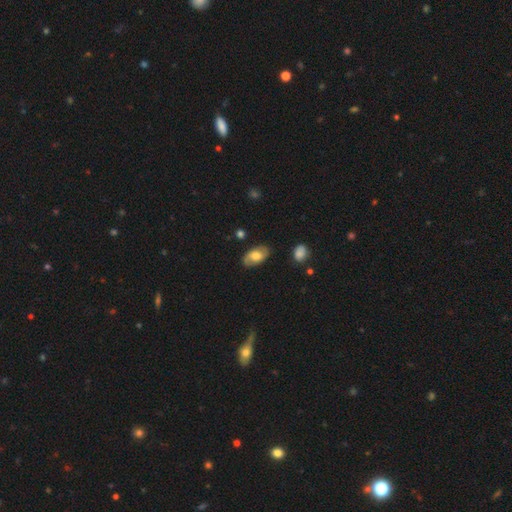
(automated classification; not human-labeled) Q: Smooth or featured?
A: featured or disk (50%); runner-up: smooth (43%)
Q: Edge-on disk?
A: no (93%); runner-up: yes (7%)
Q: Merging?
A: none (82%); runner-up: minor disturbance (14%)